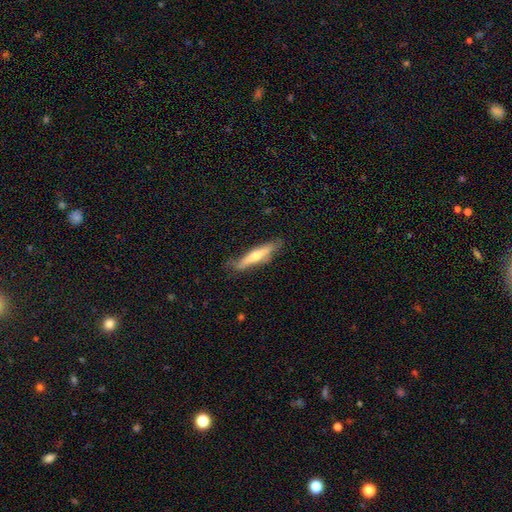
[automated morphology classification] type=featured or disk (52%); edge-on=yes (90%); merging=none (79%).